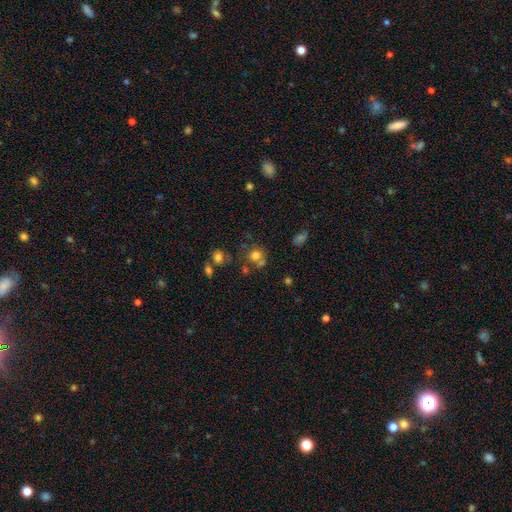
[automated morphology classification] The model was most divided on "merging": none: 56%, merger: 24%, minor disturbance: 14%, major disturbance: 7%. More confident: how rounded — round (82%); smooth or featured — smooth (74%).